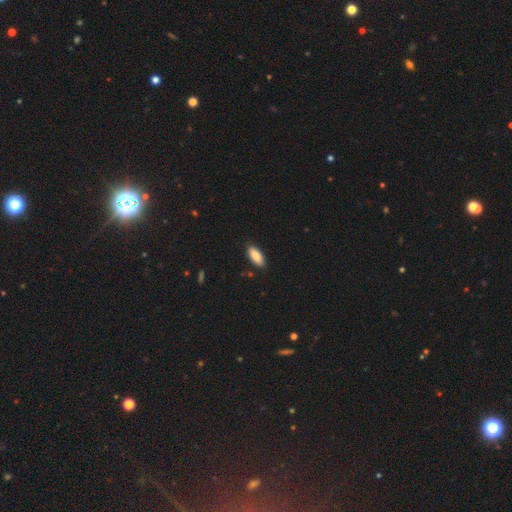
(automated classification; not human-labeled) This is clearly a smooth galaxy (87%). How rounded: clearly in between (84%). Merging: clearly none (87%).